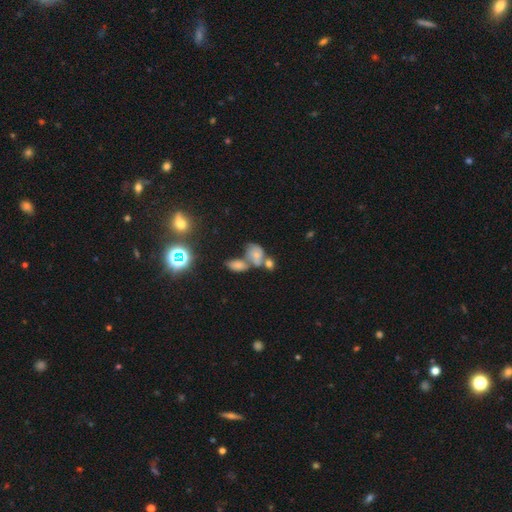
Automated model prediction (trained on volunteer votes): smooth_or_featured: smooth (p=0.58) [alt: featured or disk p=0.23]
how_rounded: in between (p=0.76) [alt: round p=0.22]
merging: merger (p=0.54) [alt: none p=0.25]